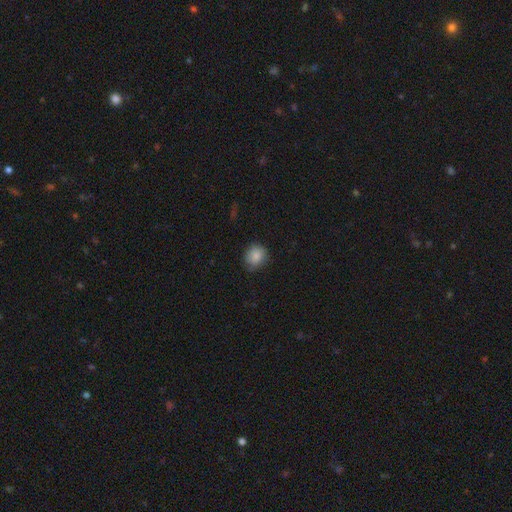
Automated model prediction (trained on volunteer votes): Smooth or featured? smooth (86%)
How rounded? round (79%)
Merging? none (81%)